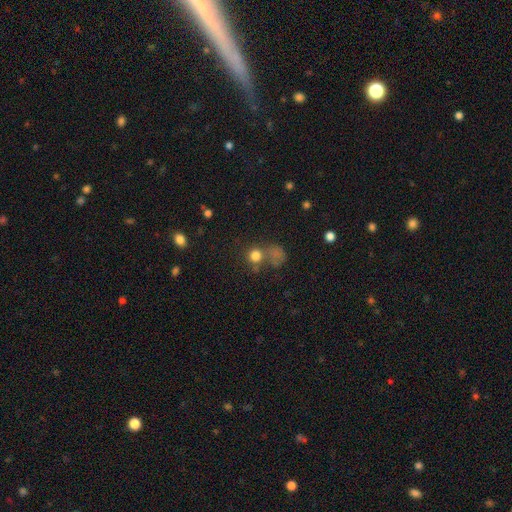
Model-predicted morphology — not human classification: Smooth or featured? Predicted: smooth (p=0.76). How rounded? Predicted: round (p=0.85). Merging? Predicted: none (p=0.48).